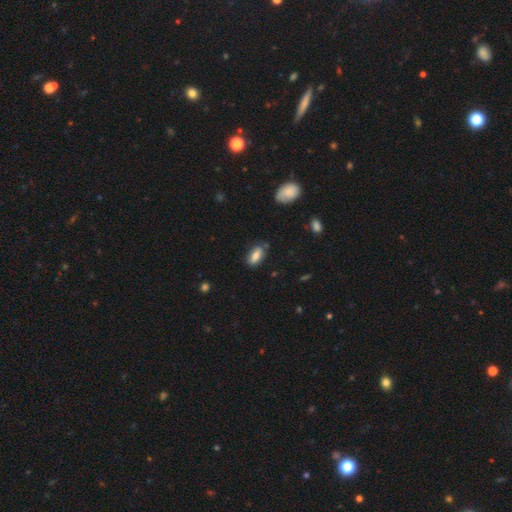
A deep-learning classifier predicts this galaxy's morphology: This appears to be a smooth galaxy with no disk features (79%) that is in between round and cigar-shaped (87%). Merging: none (73%).